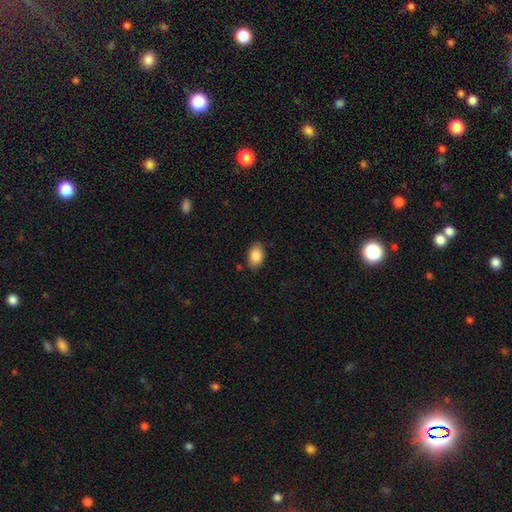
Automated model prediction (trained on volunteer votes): Smooth or featured: smooth — 88% (star or artifact — 7%)
How rounded: in between — 88% (round — 11%)
Merging: none — 83% (minor disturbance — 13%)